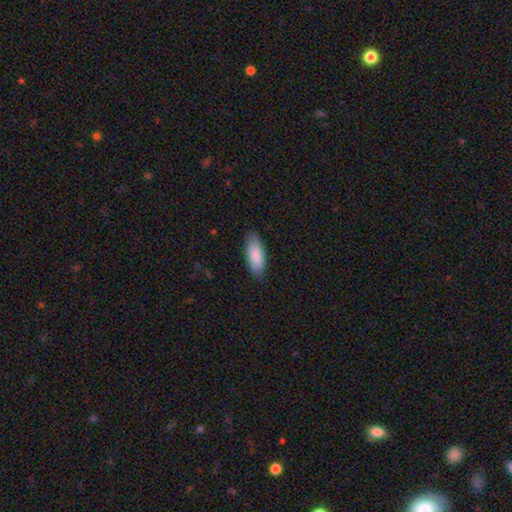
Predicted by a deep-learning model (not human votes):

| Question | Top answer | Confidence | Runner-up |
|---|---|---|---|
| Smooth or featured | smooth | 88% | featured or disk (7%) |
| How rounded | in between | 78% | cigar-shaped (21%) |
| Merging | none | 86% | minor disturbance (11%) |